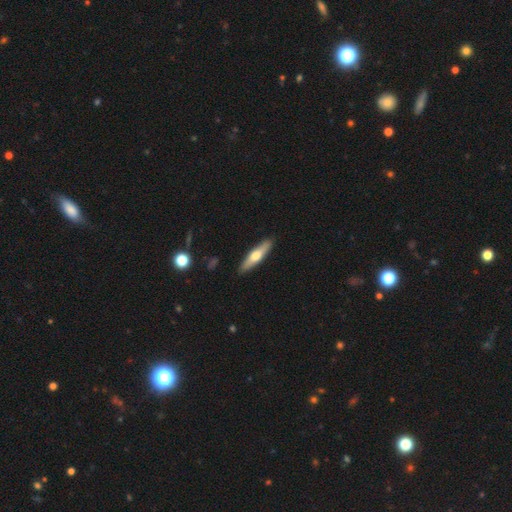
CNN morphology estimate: This is possibly a smooth galaxy (53%). How rounded: likely cigar-shaped (76%). Merging: clearly none (90%).